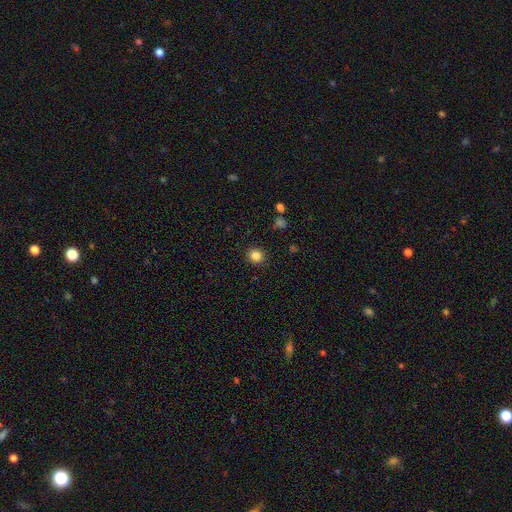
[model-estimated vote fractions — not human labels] smooth_or_featured: smooth (p=0.84) [alt: star or artifact p=0.11]
how_rounded: round (p=0.80) [alt: in between p=0.19]
merging: none (p=0.89) [alt: minor disturbance p=0.07]